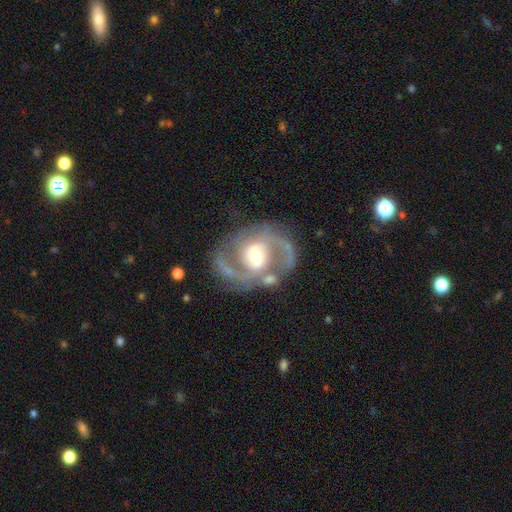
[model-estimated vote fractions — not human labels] This appears to be a featured or disk galaxy (88%) with a weak bar (41%), 2 (89%) medium (58%) spiral arms (96%) and a moderate central bulge (61%). Merging: none (66%).